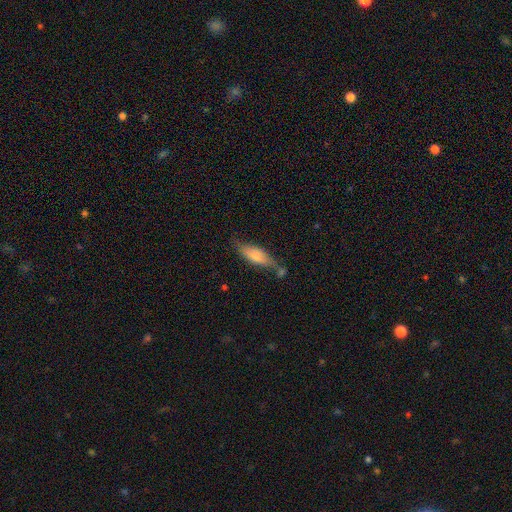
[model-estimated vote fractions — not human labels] Q: Smooth or featured?
A: smooth (63%); runner-up: featured or disk (30%)
Q: How rounded?
A: in between (56%); runner-up: cigar-shaped (41%)
Q: Merging?
A: none (51%); runner-up: minor disturbance (29%)